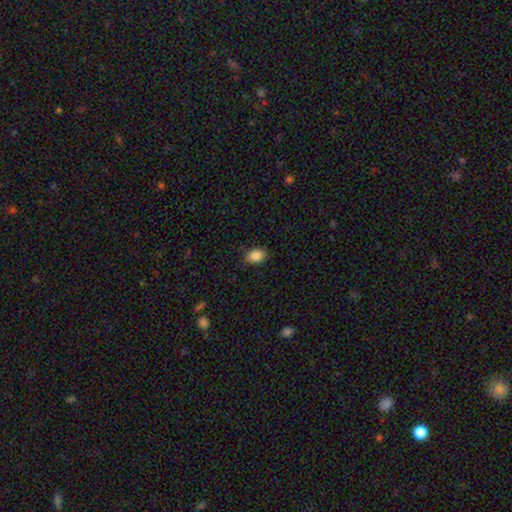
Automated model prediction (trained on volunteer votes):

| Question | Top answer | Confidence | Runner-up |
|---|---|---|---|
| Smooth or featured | smooth | 87% | star or artifact (8%) |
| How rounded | in between | 83% | round (16%) |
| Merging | none | 85% | minor disturbance (11%) |